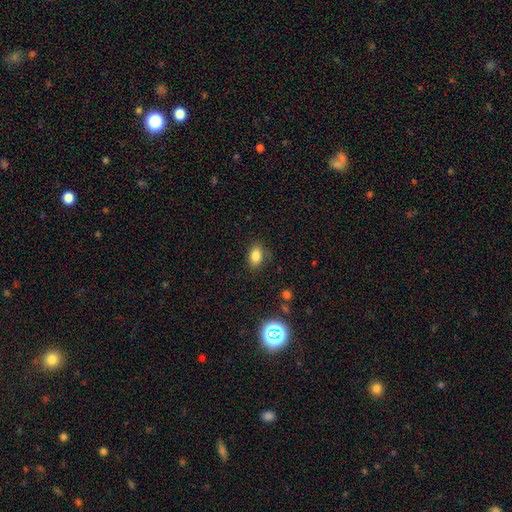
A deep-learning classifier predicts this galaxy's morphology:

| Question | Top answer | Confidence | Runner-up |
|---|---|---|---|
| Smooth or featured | smooth | 82% | star or artifact (11%) |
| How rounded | in between | 81% | round (17%) |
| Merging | none | 83% | minor disturbance (13%) |